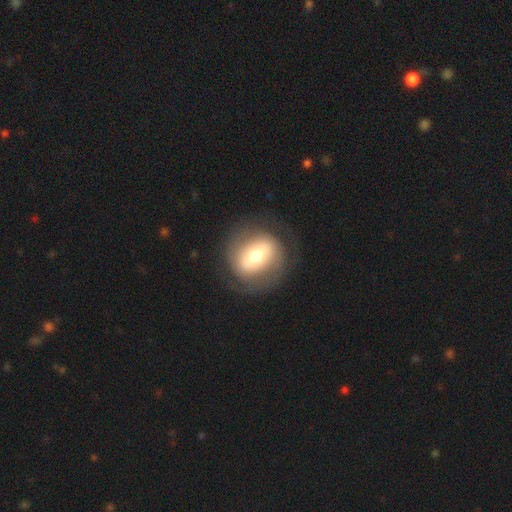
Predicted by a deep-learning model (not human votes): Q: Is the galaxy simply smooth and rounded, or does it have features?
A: featured or disk — 52%.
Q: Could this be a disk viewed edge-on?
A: no — 91%.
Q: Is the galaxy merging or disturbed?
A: none — 77%.